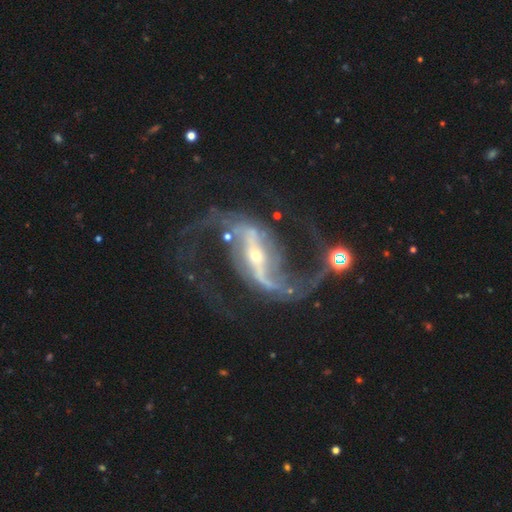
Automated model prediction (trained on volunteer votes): A featured or disk galaxy (93%) with a strong bar (76%), 2 (94%) loose (54%) spiral arms (97%) and a small central bulge (77%).

Vote fractions:
- Smooth or featured? featured or disk: 93% / star or artifact: 5% / smooth: 2%
- Edge-on disk? no: 96% / yes: 4%
- Bar? strong: 76% / weak: 16% / no: 8%
- Spiral arms? yes: 97% / no: 3%
- Spiral winding? loose: 54% / medium: 38% / tight: 8%
- Spiral arm count? 2: 94% / can't tell: 2% / 1: 1% / 3: 1% / 4: 1% / more than 4: 1%
- Bulge size? small: 77% / moderate: 19% / large: 2% / none: 1% / dominant: 1%
- Merging? none: 63% / major disturbance: 18% / minor disturbance: 13% / merger: 6%